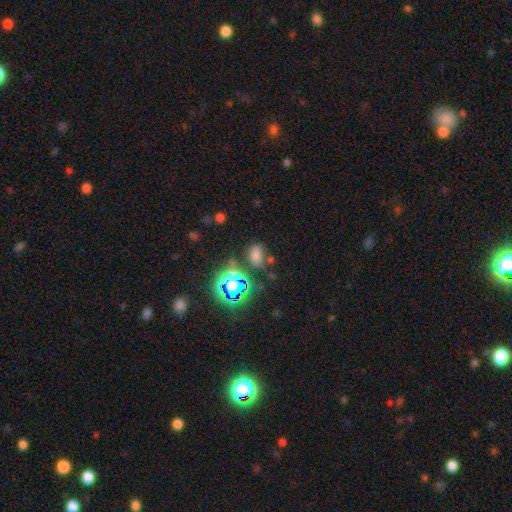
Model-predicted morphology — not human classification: Smooth or featured? smooth (64%)
How rounded? in between (79%)
Merging? none (69%)